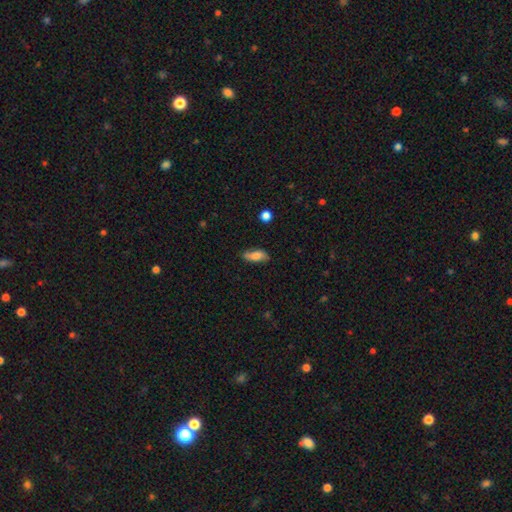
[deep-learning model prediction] This appears to be a smooth galaxy with no disk features (70%) that is in between round and cigar-shaped (75%). Merging: none (69%).